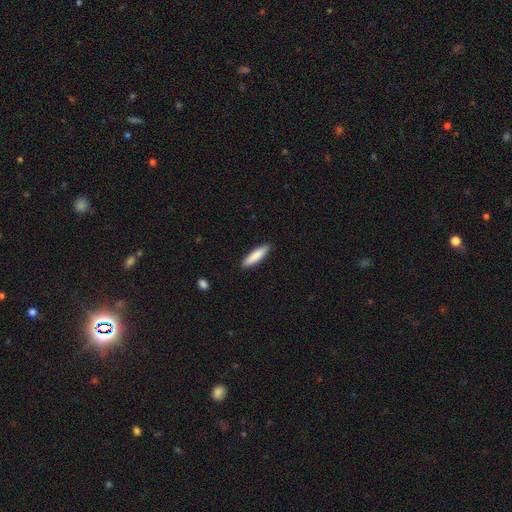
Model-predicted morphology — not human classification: The model was most divided on "how rounded": cigar-shaped: 79%, in between: 20%, round: 1%. More confident: merging — none (90%); smooth or featured — smooth (84%).